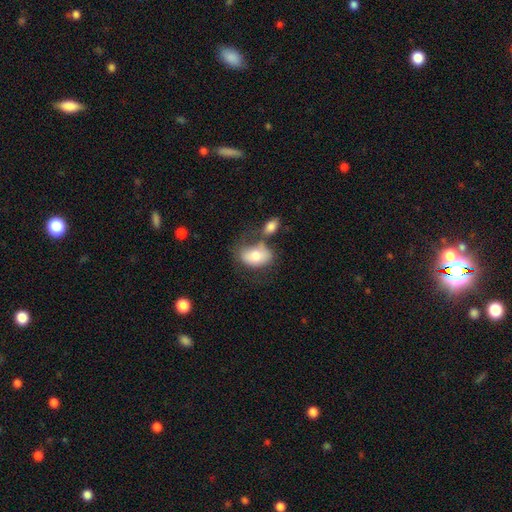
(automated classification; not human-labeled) This appears to be a smooth galaxy with no disk features (73%) that is in between round and cigar-shaped (88%). Merging: none (39%).